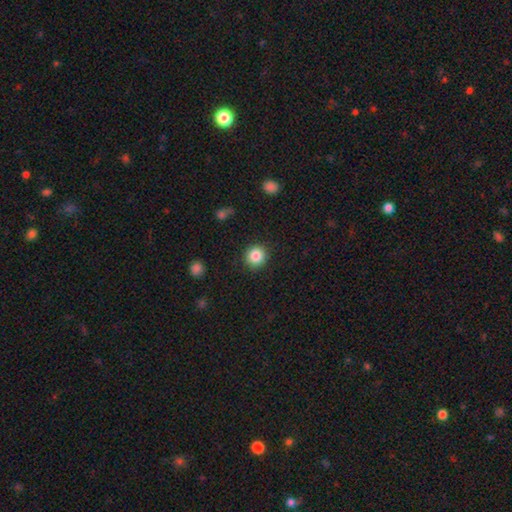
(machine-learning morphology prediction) Overall: smooth (85%). How rounded: round (92%). Merging: none (90%).